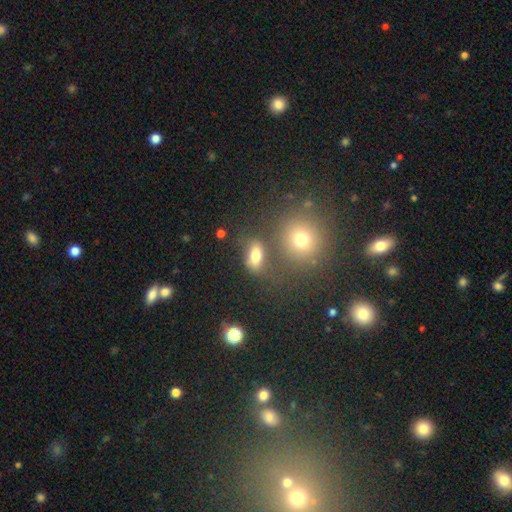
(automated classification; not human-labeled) smooth 72%, star or artifact 16%, featured or disk 12%. Down the decision tree: how rounded — in between (76%); merging — none (61%).